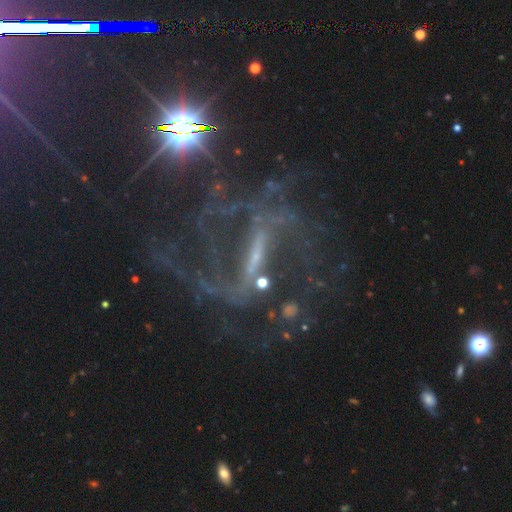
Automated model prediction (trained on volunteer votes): Q: Smooth or featured?
A: featured or disk (81%); runner-up: star or artifact (14%)
Q: Edge-on disk?
A: no (92%); runner-up: yes (8%)
Q: Bar?
A: strong (66%); runner-up: weak (23%)
Q: Spiral arms?
A: yes (89%); runner-up: no (11%)
Q: Spiral winding?
A: medium (41%); runner-up: loose (38%)
Q: Spiral arm count?
A: 2 (50%); runner-up: can't tell (21%)
Q: Bulge size?
A: small (59%); runner-up: none (18%)
Q: Merging?
A: none (49%); runner-up: major disturbance (29%)